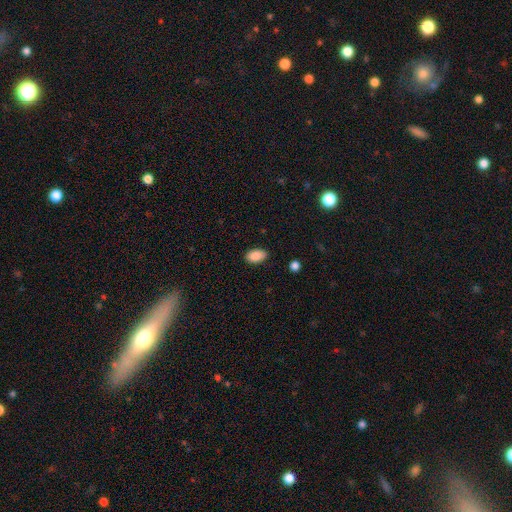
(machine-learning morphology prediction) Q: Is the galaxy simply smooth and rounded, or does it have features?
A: smooth — 89%.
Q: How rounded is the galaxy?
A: in between — 92%.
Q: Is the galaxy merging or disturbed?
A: none — 85%.